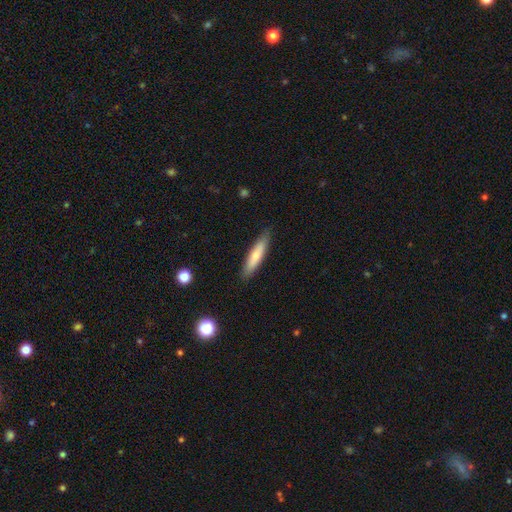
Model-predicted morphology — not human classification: smooth 71%, featured or disk 24%, star or artifact 6%. Down the decision tree: how rounded — cigar-shaped (84%); merging — none (87%).